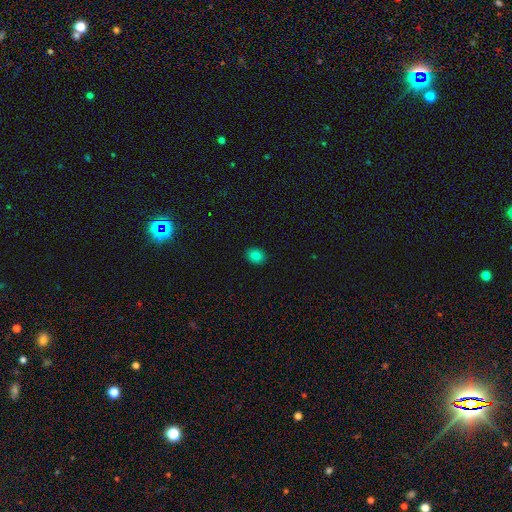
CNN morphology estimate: The model was most divided on "how rounded": round: 51%, in between: 48%, cigar-shaped: 1%. More confident: merging — none (91%); smooth or featured — smooth (82%).